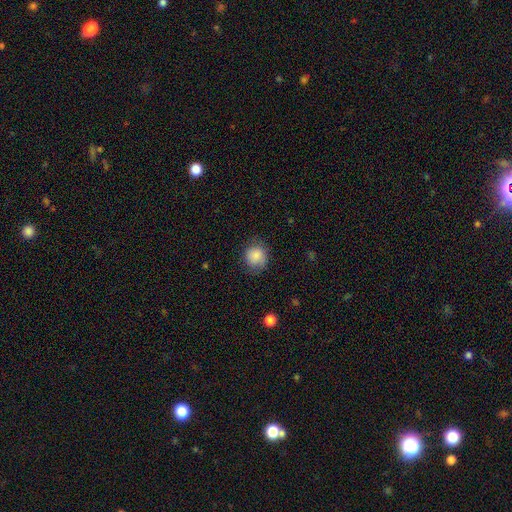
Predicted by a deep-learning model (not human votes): The model was most divided on "merging": none: 75%, minor disturbance: 18%, major disturbance: 5%, merger: 1%. More confident: smooth or featured — smooth (86%); how rounded — round (80%).